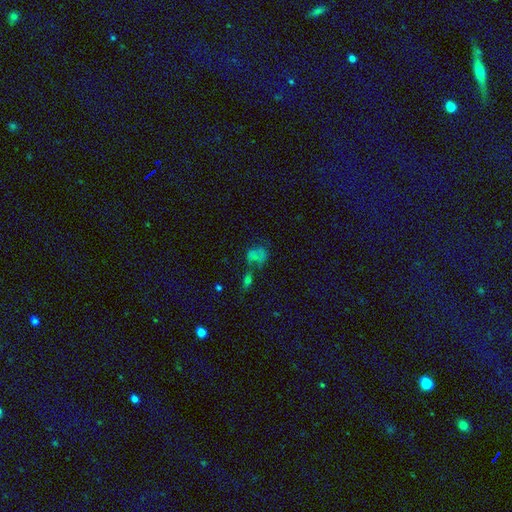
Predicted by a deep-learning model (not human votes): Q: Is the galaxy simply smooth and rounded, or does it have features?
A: smooth — 57%.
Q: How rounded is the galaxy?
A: round — 49%.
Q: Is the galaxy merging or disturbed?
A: none — 34%.